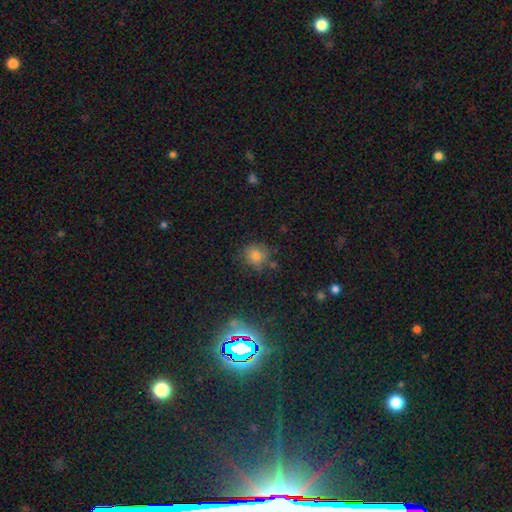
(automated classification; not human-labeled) Smooth or featured?
  - smooth: 72% *
  - star or artifact: 20%
  - featured or disk: 8%
How rounded?
  - round: 81% *
  - in between: 18%
  - cigar-shaped: 1%
Merging?
  - none: 75% *
  - minor disturbance: 15%
  - merger: 5%
  - major disturbance: 5%